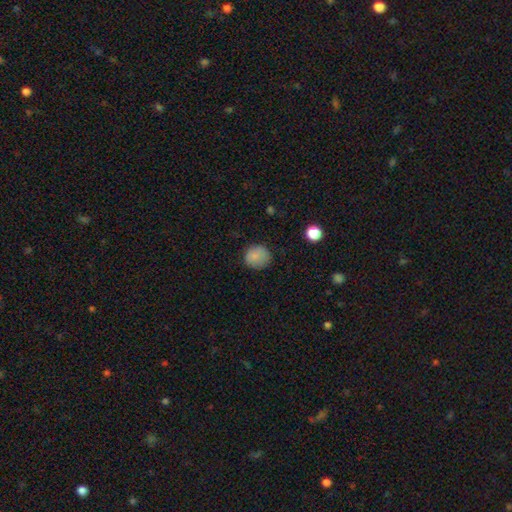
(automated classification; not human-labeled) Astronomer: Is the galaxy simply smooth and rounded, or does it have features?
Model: smooth — 84%.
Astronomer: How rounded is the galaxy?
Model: round — 86%.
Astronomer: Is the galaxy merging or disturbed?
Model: none — 80%.